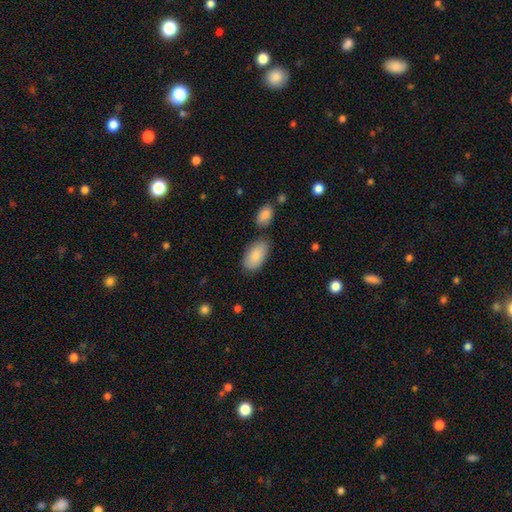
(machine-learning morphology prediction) type=smooth (85%); roundness=in between (95%); merging=none (70%).